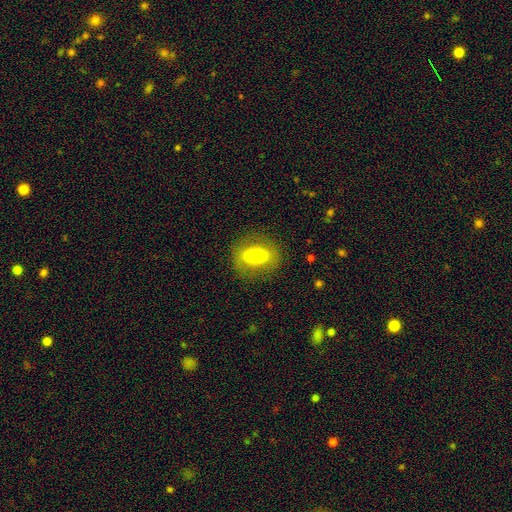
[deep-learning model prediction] Q: Smooth or featured?
A: smooth (57%); runner-up: featured or disk (35%)
Q: How rounded?
A: in between (68%); runner-up: round (30%)
Q: Merging?
A: none (80%); runner-up: minor disturbance (13%)